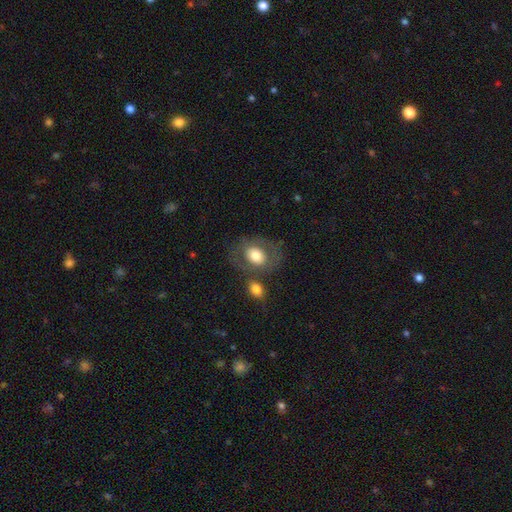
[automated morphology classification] smooth 62%, featured or disk 30%, star or artifact 8%. Down the decision tree: how rounded — in between (63%); merging — none (61%).